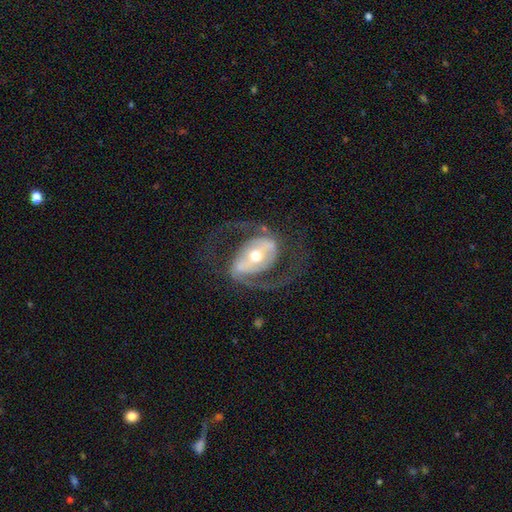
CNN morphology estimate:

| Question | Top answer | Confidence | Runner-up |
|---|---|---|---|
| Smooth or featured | featured or disk | 89% | smooth (6%) |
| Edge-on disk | no | 97% | yes (3%) |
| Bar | strong | 44% | weak (32%) |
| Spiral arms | yes | 94% | no (6%) |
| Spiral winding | medium | 56% | loose (28%) |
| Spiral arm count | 2 | 92% | can't tell (3%) |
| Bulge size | moderate | 69% | small (20%) |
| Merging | none | 70% | major disturbance (16%) |